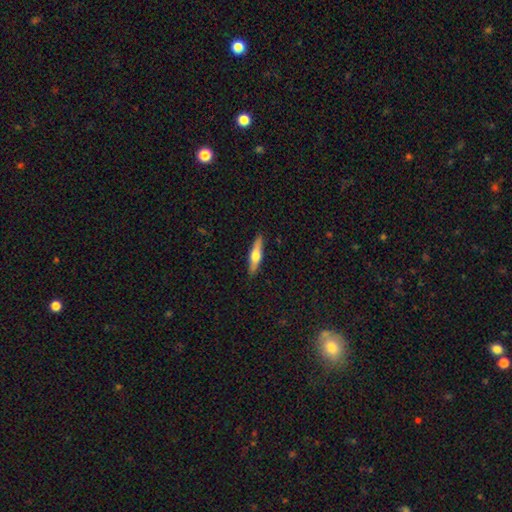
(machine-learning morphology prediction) featured or disk 51%, smooth 44%, star or artifact 5%. Down the decision tree: edge-on disk — yes (94%); merging — none (90%).